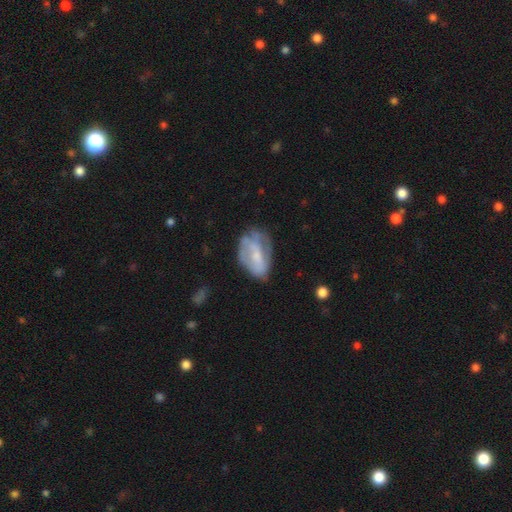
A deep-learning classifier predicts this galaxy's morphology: smooth_or_featured: featured or disk (p=0.54) [alt: smooth p=0.38]
disk_edge_on: no (p=0.95) [alt: yes p=0.05]
bar: no (p=0.47) [alt: weak p=0.37]
has_spiral_arms: no (p=0.51) [alt: yes p=0.49]
bulge_size: small (p=0.45) [alt: moderate p=0.34]
merging: none (p=0.51) [alt: minor disturbance p=0.29]